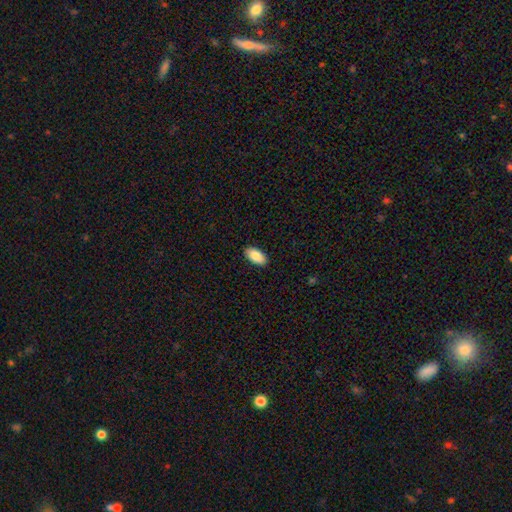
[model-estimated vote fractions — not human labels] Smooth or featured? Predicted: smooth (p=0.86). How rounded? Predicted: in between (p=0.95). Merging? Predicted: none (p=0.90).